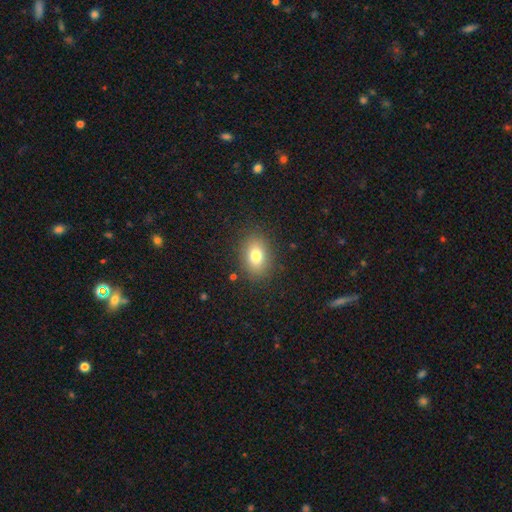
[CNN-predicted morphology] Overall: smooth (78%). How rounded: in between (74%). Merging: none (86%).